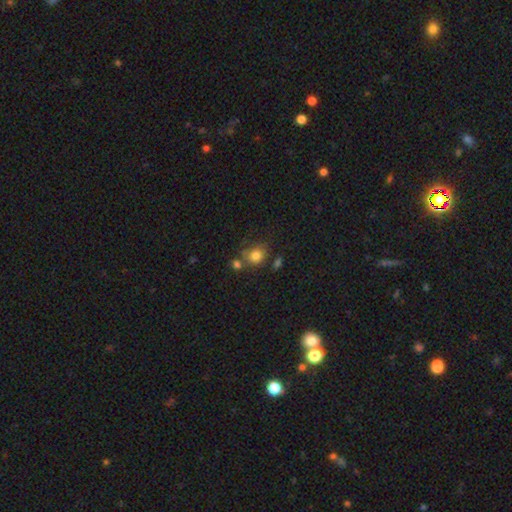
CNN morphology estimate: The model was most divided on "merging": none: 58%, merger: 19%, minor disturbance: 17%, major disturbance: 7%. More confident: smooth or featured — smooth (80%); how rounded — round (69%).